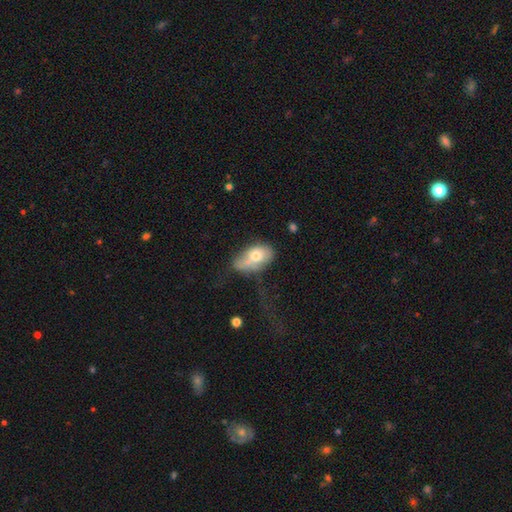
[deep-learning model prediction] Q: Smooth or featured?
A: smooth (66%); runner-up: featured or disk (26%)
Q: How rounded?
A: in between (87%); runner-up: round (11%)
Q: Merging?
A: none (27%); runner-up: merger (26%)